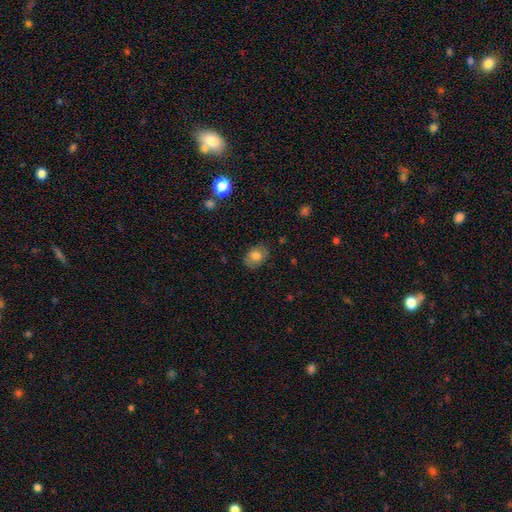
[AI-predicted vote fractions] This appears to be a smooth galaxy with no disk features (79%) that is in between round and cigar-shaped (73%). Merging: none (76%).